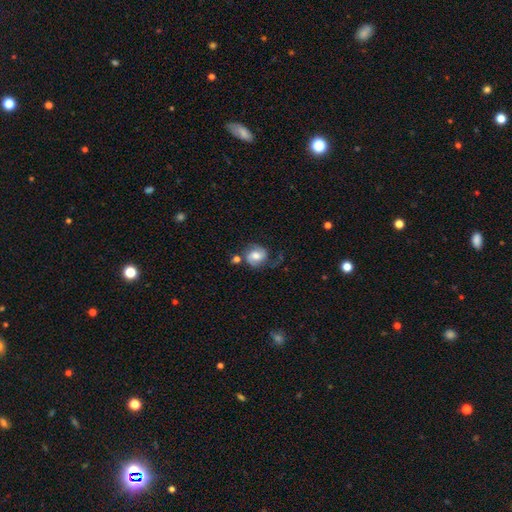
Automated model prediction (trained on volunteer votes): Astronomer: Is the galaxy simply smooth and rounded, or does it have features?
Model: featured or disk — 61%.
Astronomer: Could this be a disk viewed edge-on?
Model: no — 97%.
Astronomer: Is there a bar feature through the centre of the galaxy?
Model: no — 51% (runner-up: weak, 38%).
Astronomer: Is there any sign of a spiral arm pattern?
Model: yes — 89%.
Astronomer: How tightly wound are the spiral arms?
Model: medium — 46% (runner-up: tight, 28%).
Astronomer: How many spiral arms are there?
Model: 2 — 79%.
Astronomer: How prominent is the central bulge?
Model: moderate — 60%.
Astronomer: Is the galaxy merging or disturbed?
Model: none — 52%.